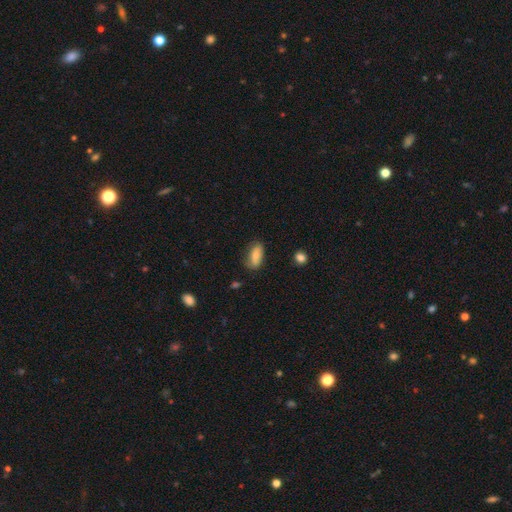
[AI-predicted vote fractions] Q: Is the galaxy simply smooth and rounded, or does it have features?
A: smooth — 76%.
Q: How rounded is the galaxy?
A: in between — 87%.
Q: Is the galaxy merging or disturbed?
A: none — 72%.